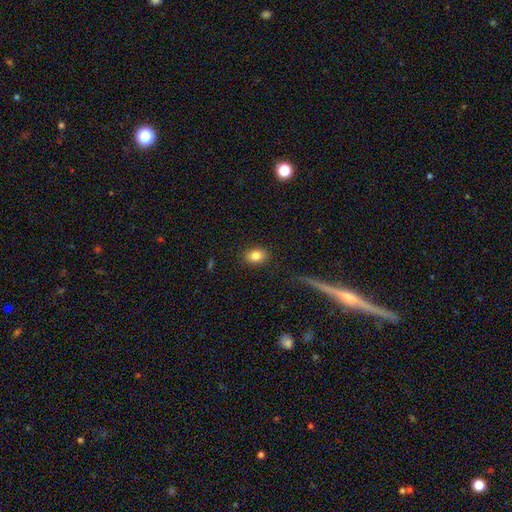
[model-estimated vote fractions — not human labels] smooth 83%, star or artifact 9%, featured or disk 8%. Down the decision tree: how rounded — in between (74%); merging — none (87%).